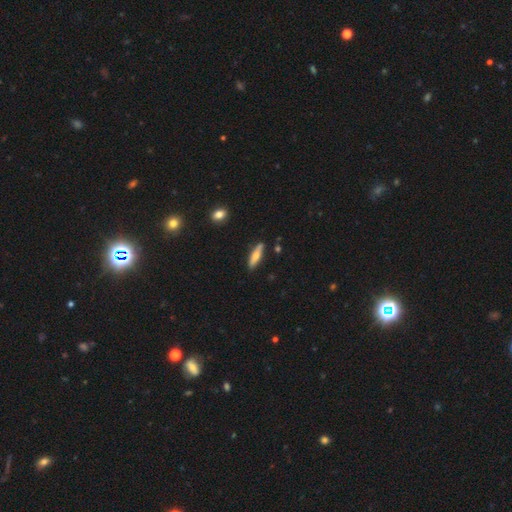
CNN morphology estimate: type=smooth (58%); roundness=cigar-shaped (75%); merging=none (85%).